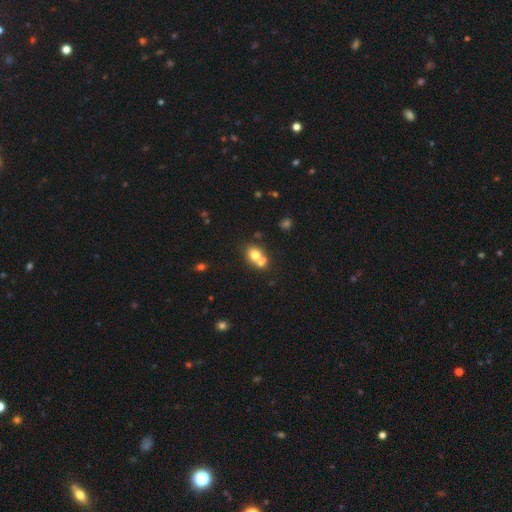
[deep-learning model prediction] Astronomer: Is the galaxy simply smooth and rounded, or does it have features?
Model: smooth — 71%.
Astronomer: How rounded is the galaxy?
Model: round — 65%.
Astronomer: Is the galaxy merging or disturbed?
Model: merger — 53% (runner-up: none, 36%).